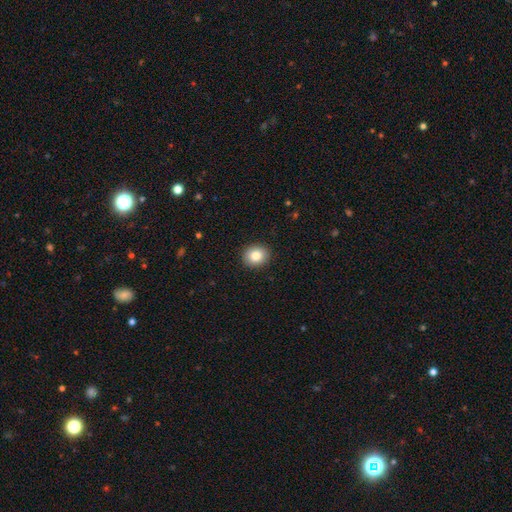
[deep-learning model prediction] Morphology: type=smooth (83%); roundness=round (66%); merging=none (91%).